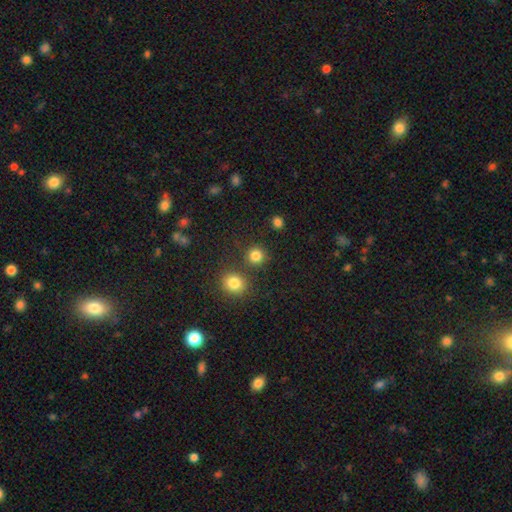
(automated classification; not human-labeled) A smooth galaxy with no disk features (82%) that is round (91%). Merging: none (80%).